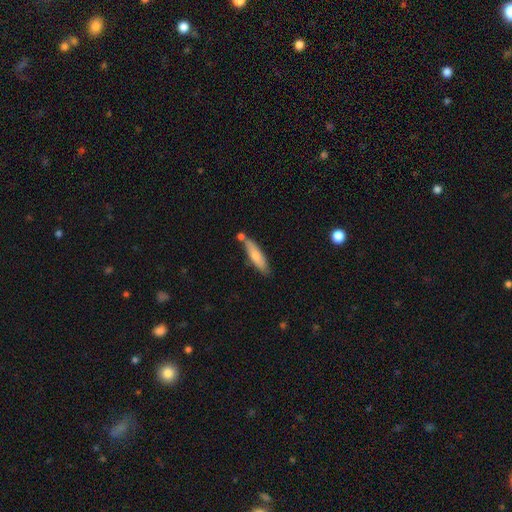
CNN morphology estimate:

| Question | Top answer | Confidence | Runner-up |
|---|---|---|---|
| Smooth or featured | smooth | 67% | featured or disk (27%) |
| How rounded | cigar-shaped | 71% | in between (27%) |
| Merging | none | 66% | minor disturbance (16%) |